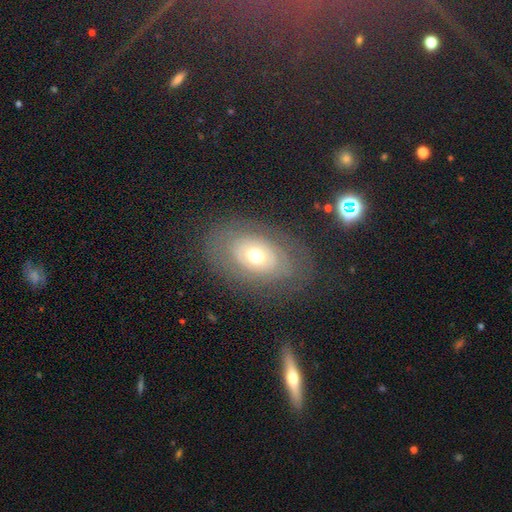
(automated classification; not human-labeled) Q: Smooth or featured?
A: featured or disk (55%); runner-up: smooth (36%)
Q: Edge-on disk?
A: no (92%); runner-up: yes (8%)
Q: Bar?
A: no (89%); runner-up: weak (9%)
Q: Spiral arms?
A: no (65%); runner-up: yes (35%)
Q: Bulge size?
A: moderate (65%); runner-up: small (24%)
Q: Merging?
A: none (77%); runner-up: minor disturbance (14%)